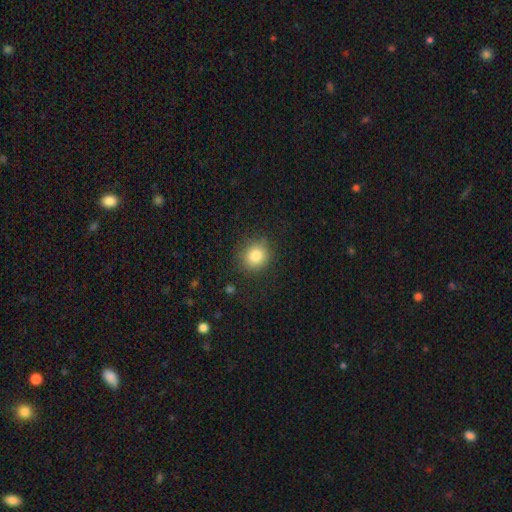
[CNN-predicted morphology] This is clearly a smooth galaxy (83%). How rounded: clearly round (80%). Merging: clearly none (82%).